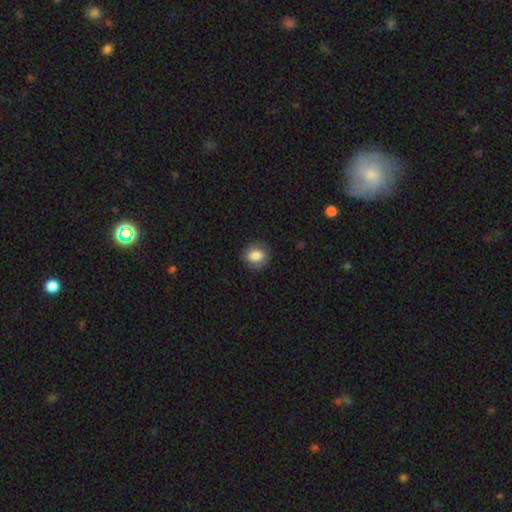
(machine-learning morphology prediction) smooth-or-featured: smooth: 82% | featured or disk: 10% | star or artifact: 9%
  how-rounded: round: 70% | in between: 29% | cigar-shaped: 1%
  merging: none: 83% | minor disturbance: 12% | major disturbance: 3% | merger: 1%